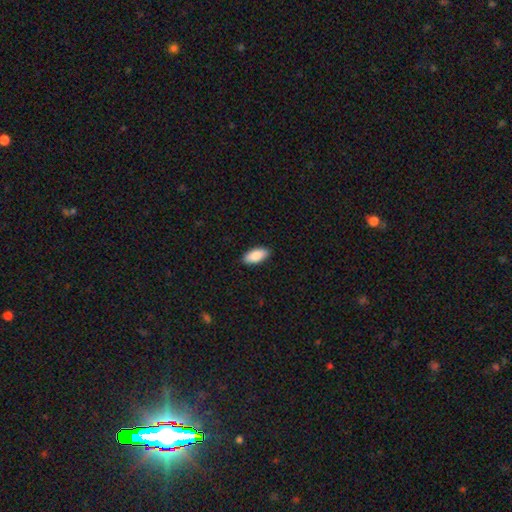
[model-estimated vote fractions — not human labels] The model was most divided on "smooth or featured": smooth: 87%, featured or disk: 7%, star or artifact: 6%. More confident: how rounded — in between (91%); merging — none (90%).